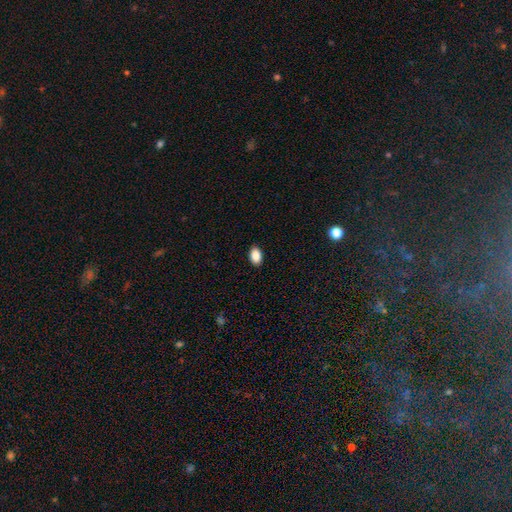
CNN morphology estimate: This is clearly a smooth galaxy (89%). How rounded: clearly in between (89%). Merging: clearly none (90%).